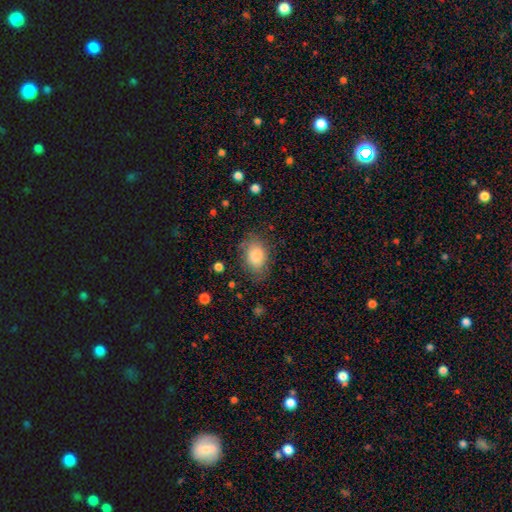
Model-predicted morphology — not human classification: Q: Smooth or featured?
A: smooth (83%); runner-up: featured or disk (10%)
Q: How rounded?
A: in between (81%); runner-up: round (17%)
Q: Merging?
A: none (75%); runner-up: minor disturbance (18%)